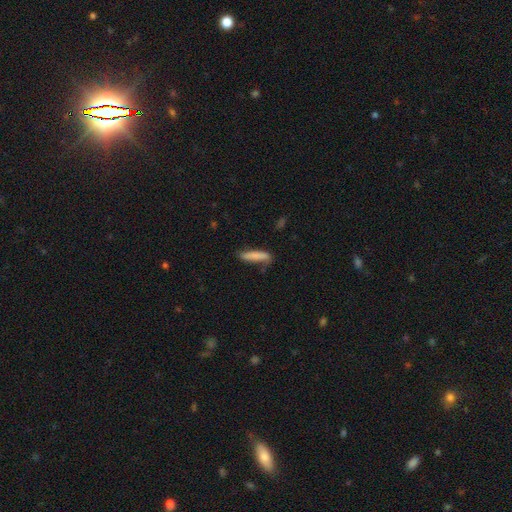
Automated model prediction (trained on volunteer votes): Morphology: type=smooth (79%); roundness=cigar-shaped (83%); merging=none (64%).